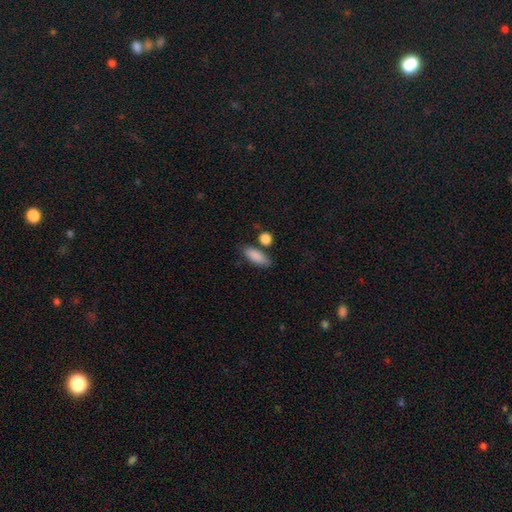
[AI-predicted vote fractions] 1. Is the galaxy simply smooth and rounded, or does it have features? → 88% smooth, 6% star or artifact, 6% featured or disk.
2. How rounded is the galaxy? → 75% in between, 20% cigar-shaped, 6% round.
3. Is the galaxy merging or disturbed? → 74% none, 13% minor disturbance, 9% merger, 4% major disturbance.